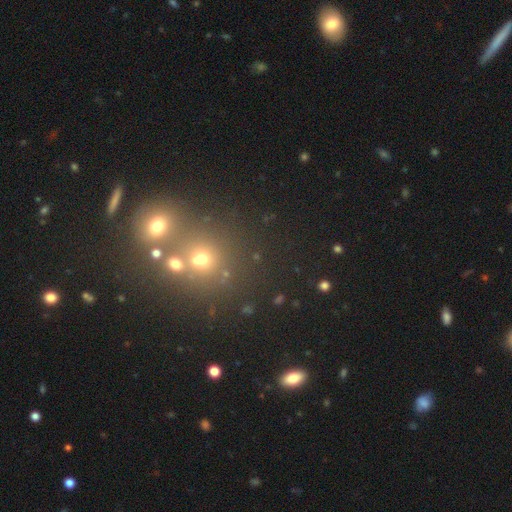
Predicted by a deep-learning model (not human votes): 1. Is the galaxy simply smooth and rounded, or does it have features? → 45% smooth, 42% star or artifact, 12% featured or disk.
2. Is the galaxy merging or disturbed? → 56% none, 32% merger, 8% minor disturbance, 4% major disturbance.